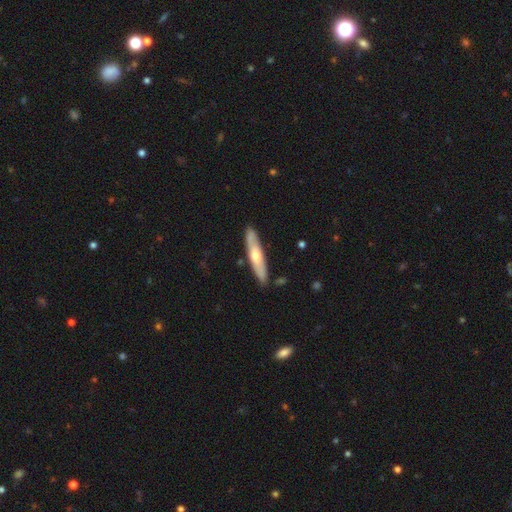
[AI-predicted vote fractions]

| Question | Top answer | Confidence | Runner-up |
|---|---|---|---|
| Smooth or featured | featured or disk | 49% | smooth (46%) |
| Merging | none | 85% | minor disturbance (11%) |